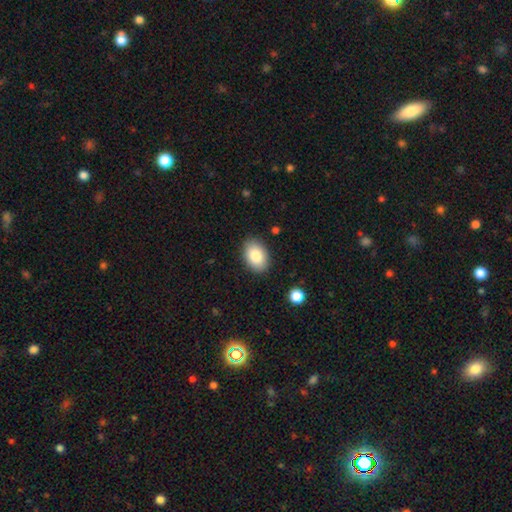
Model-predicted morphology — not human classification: Smooth or featured?
  - smooth: 84% *
  - featured or disk: 9%
  - star or artifact: 7%
How rounded?
  - in between: 86% *
  - round: 13%
  - cigar-shaped: 1%
Merging?
  - none: 87% *
  - minor disturbance: 9%
  - major disturbance: 2%
  - merger: 1%